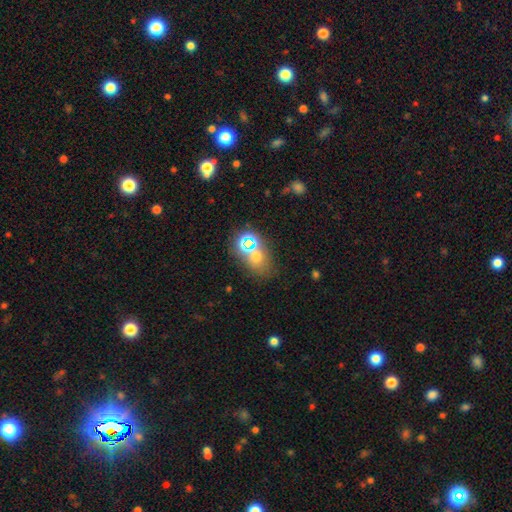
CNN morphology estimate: This is possibly a smooth galaxy (56%). How rounded: possibly in between (55%). Merging: possibly none (56%).